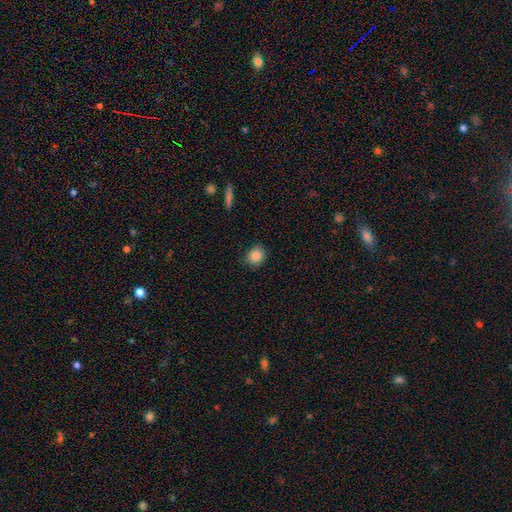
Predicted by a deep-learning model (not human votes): Smooth or featured: smooth — 87% (star or artifact — 9%)
How rounded: round — 75% (in between — 24%)
Merging: none — 81% (minor disturbance — 15%)